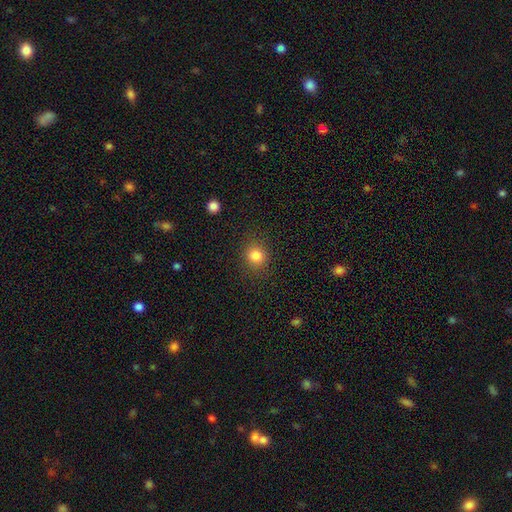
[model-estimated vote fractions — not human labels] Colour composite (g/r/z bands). It shows a smooth galaxy with no disk features (83%) that is round (83%). Merging: none (87%).